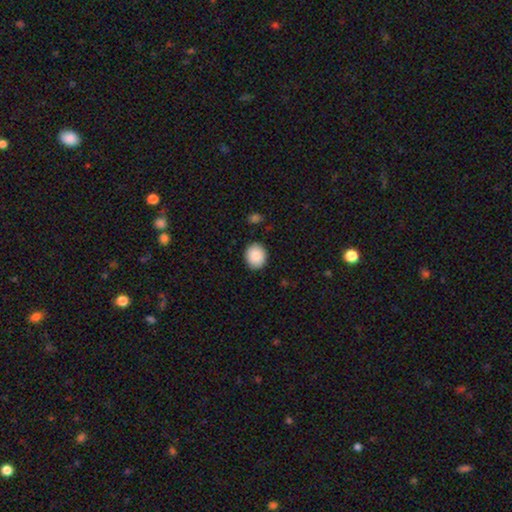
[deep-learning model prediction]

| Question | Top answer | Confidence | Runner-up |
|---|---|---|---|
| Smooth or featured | smooth | 89% | star or artifact (7%) |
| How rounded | round | 69% | in between (30%) |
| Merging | none | 90% | minor disturbance (7%) |